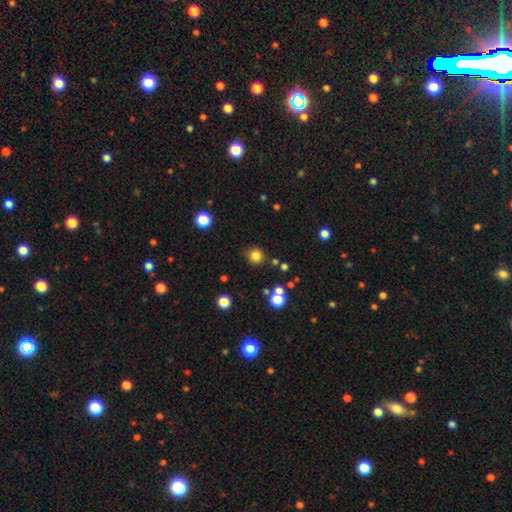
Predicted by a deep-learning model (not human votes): Smooth or featured: smooth — 81% (star or artifact — 14%)
How rounded: round — 91% (in between — 8%)
Merging: none — 82% (minor disturbance — 10%)